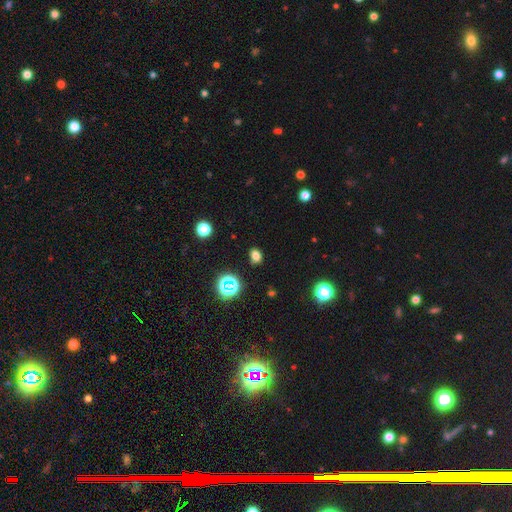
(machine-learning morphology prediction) Smooth or featured? smooth (73%)
How rounded? in between (69%)
Merging? none (84%)